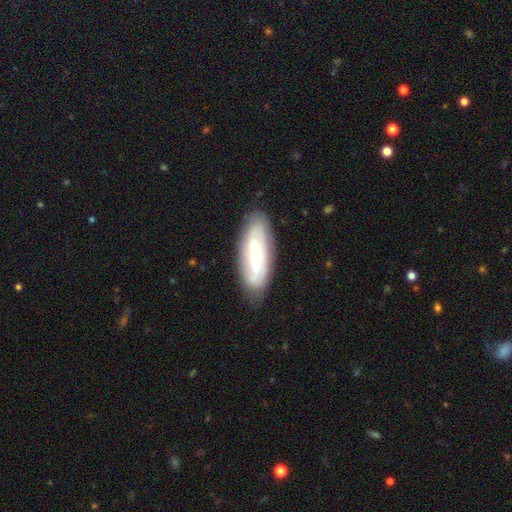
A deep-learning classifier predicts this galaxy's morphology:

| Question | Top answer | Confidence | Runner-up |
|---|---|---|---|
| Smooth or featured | featured or disk | 57% | smooth (36%) |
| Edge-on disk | no | 80% | yes (20%) |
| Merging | none | 81% | minor disturbance (14%) |